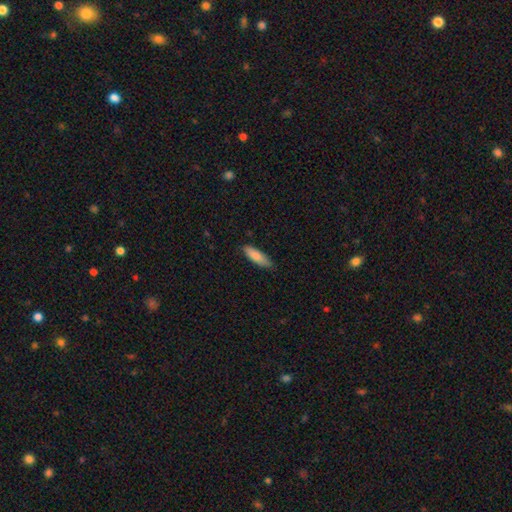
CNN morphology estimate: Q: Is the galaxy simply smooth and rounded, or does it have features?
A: smooth — 86%.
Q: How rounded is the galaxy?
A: cigar-shaped — 51%.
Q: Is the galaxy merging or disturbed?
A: none — 80%.